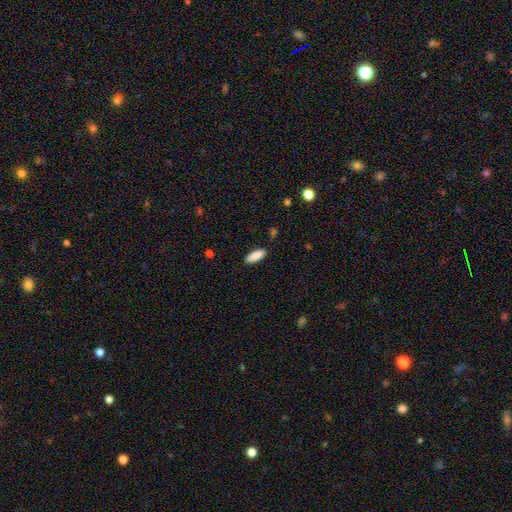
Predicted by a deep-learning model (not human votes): This is clearly a smooth galaxy (88%). How rounded: likely in between (61%). Merging: clearly none (87%).